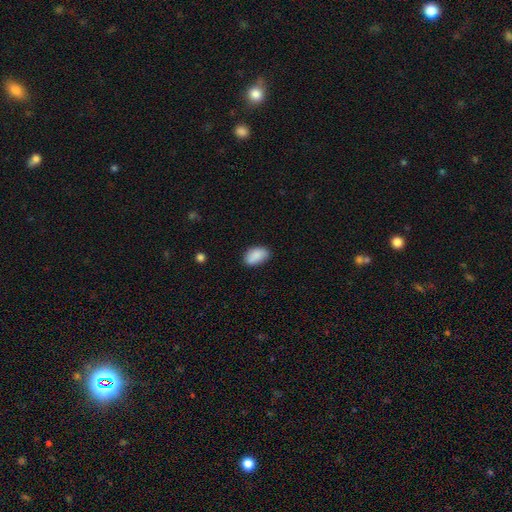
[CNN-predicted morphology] A smooth galaxy with no disk features (89%) that is in between round and cigar-shaped (92%).

Vote fractions:
- Smooth or featured? smooth: 89% / star or artifact: 7% / featured or disk: 4%
- How rounded? in between: 92% / round: 7% / cigar-shaped: 1%
- Merging? none: 79% / minor disturbance: 16% / major disturbance: 3% / merger: 1%